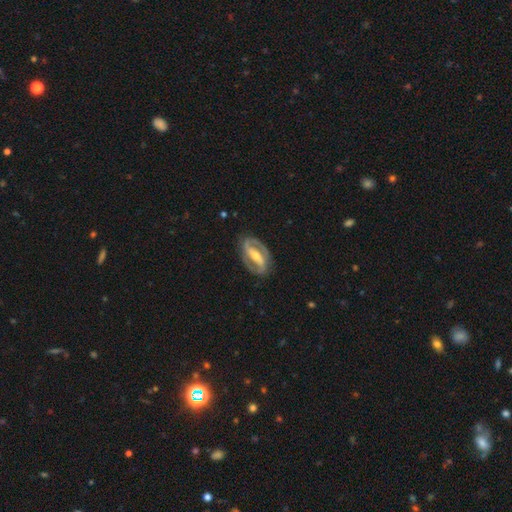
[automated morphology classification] Smooth or featured?
  - featured or disk: 88% *
  - smooth: 8%
  - star or artifact: 4%
Edge-on disk?
  - no: 95% *
  - yes: 5%
Bar?
  - strong: 70% *
  - weak: 20%
  - no: 10%
Spiral arms?
  - yes: 90% *
  - no: 10%
Spiral winding?
  - medium: 45% *
  - tight: 41%
  - loose: 14%
Spiral arm count?
  - 2: 91% *
  - can't tell: 4%
  - 1: 2%
  - 3: 1%
  - 4: 1%
  - more than 4: 1%
Bulge size?
  - moderate: 52% *
  - small: 42%
  - large: 4%
  - none: 2%
  - dominant: 1%
Merging?
  - none: 85% *
  - minor disturbance: 10%
  - major disturbance: 4%
  - merger: 1%